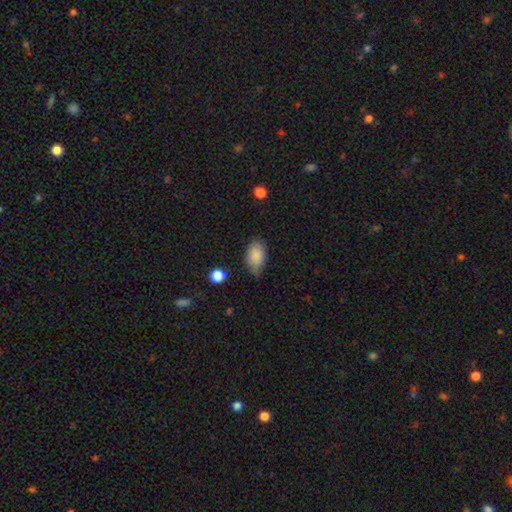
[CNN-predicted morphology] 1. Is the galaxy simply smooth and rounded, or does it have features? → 86% smooth, 7% star or artifact, 7% featured or disk.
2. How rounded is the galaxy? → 90% in between, 8% round, 2% cigar-shaped.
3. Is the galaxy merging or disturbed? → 60% none, 31% minor disturbance, 6% major disturbance, 2% merger.